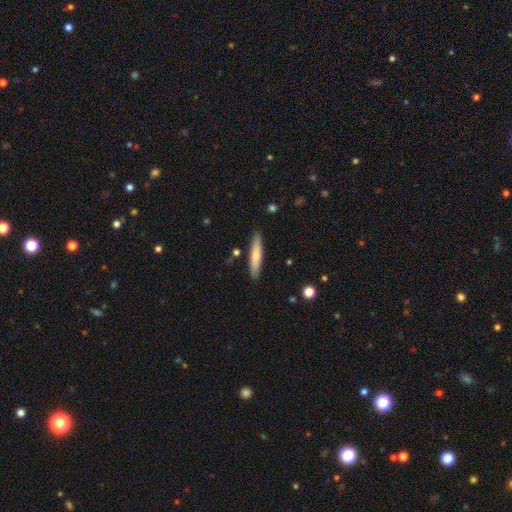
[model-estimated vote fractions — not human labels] This appears to be a smooth galaxy with no disk features (68%) that is cigar-shaped (89%). Merging: none (87%).